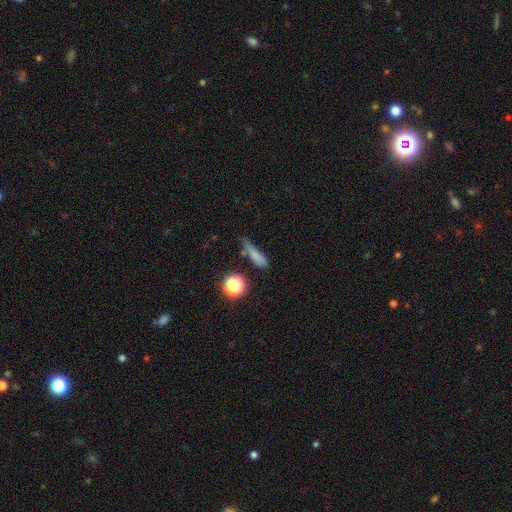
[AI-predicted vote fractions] A smooth galaxy with no disk features (70%) that is cigar-shaped (67%).

Vote fractions:
- Smooth or featured? smooth: 70% / star or artifact: 17% / featured or disk: 13%
- How rounded? cigar-shaped: 67% / in between: 22% / round: 11%
- Merging? none: 57% / minor disturbance: 26% / major disturbance: 10% / merger: 7%